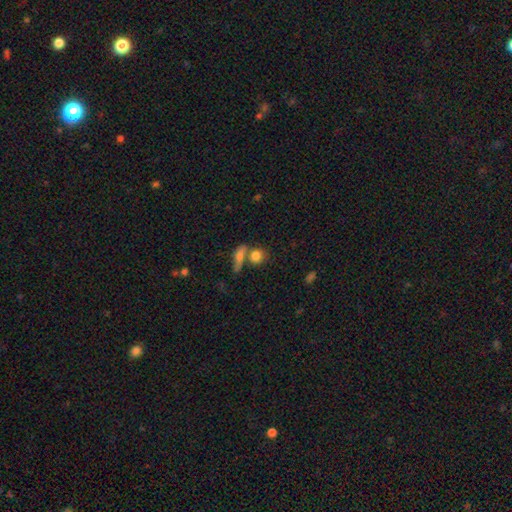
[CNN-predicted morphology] A smooth galaxy with no disk features (79%) that is round (67%). Merging: none (49%).